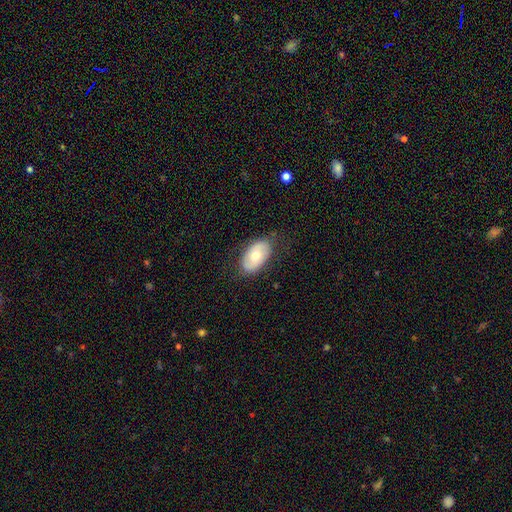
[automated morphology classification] A smooth galaxy with no disk features (61%) that is in between round and cigar-shaped (93%).

Vote fractions:
- Smooth or featured? smooth: 61% / featured or disk: 33% / star or artifact: 6%
- How rounded? in between: 93% / round: 5% / cigar-shaped: 1%
- Merging? none: 78% / minor disturbance: 17% / major disturbance: 5% / merger: 1%